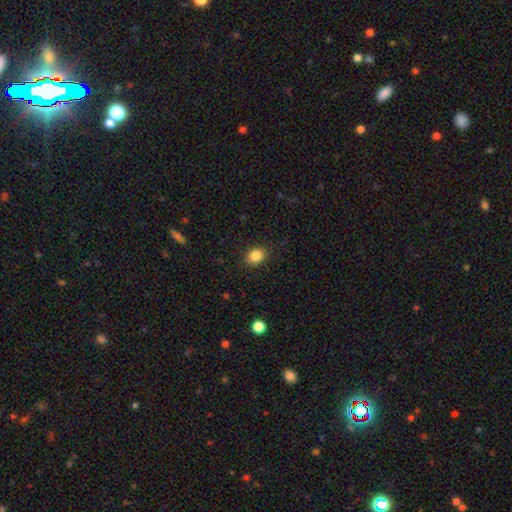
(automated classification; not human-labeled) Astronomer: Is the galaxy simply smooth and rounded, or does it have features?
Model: smooth — 85%.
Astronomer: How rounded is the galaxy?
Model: in between — 53% (runner-up: round, 46%).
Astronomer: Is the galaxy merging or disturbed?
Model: none — 88%.